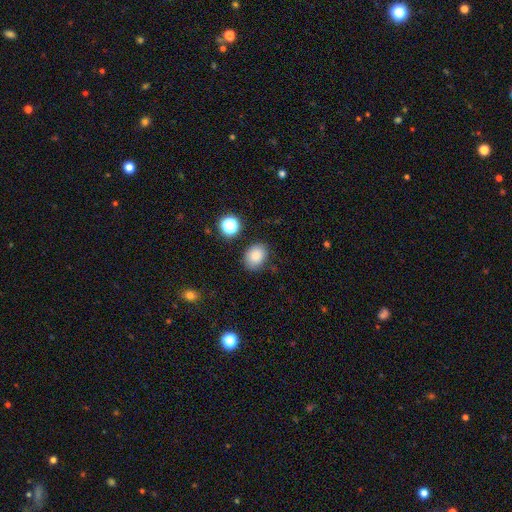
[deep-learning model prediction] Overall: smooth (84%). How rounded: in between (65%; round 34%). Merging: none (81%).